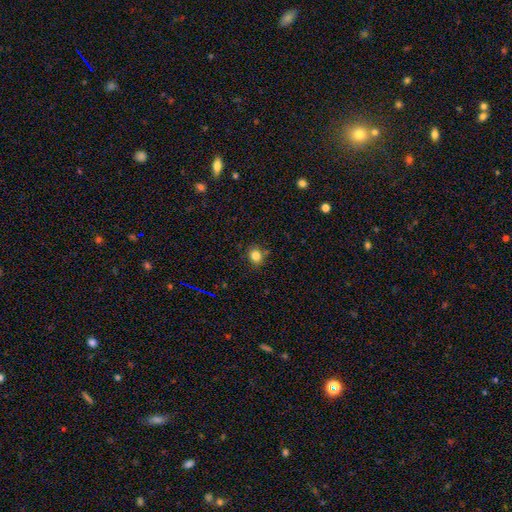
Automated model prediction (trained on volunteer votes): Smooth or featured: smooth — 82% (star or artifact — 13%)
How rounded: round — 65% (in between — 34%)
Merging: none — 80% (minor disturbance — 13%)